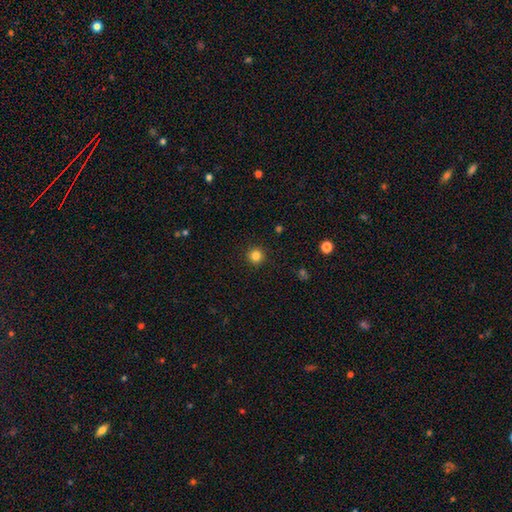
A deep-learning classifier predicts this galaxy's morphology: This appears to be a smooth galaxy with no disk features (84%) that is round (96%). Merging: none (93%).